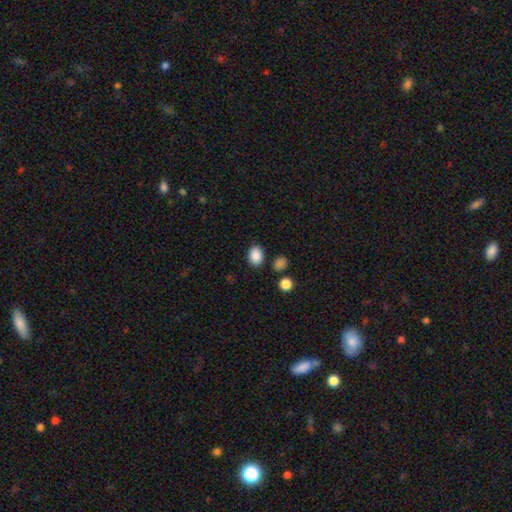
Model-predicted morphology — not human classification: A smooth galaxy with no disk features (88%) that is in between round and cigar-shaped (70%).

Vote fractions:
- Smooth or featured? smooth: 88% / star or artifact: 9% / featured or disk: 3%
- How rounded? in between: 70% / round: 29% / cigar-shaped: 1%
- Merging? none: 82% / minor disturbance: 11% / merger: 4% / major disturbance: 3%